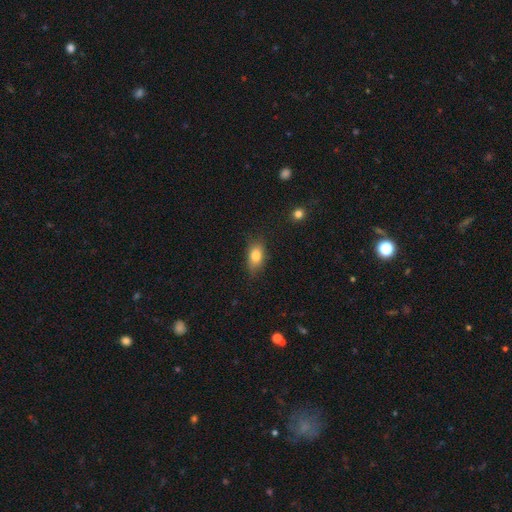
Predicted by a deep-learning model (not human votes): Smooth or featured: smooth — 79% (featured or disk — 12%)
How rounded: in between — 82% (round — 12%)
Merging: none — 73% (minor disturbance — 21%)